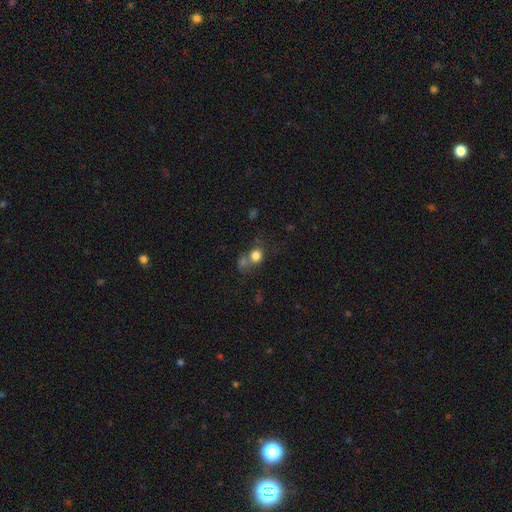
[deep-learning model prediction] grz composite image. It shows a smooth galaxy with no disk features (78%) that is round (74%). Merging: none (41%).